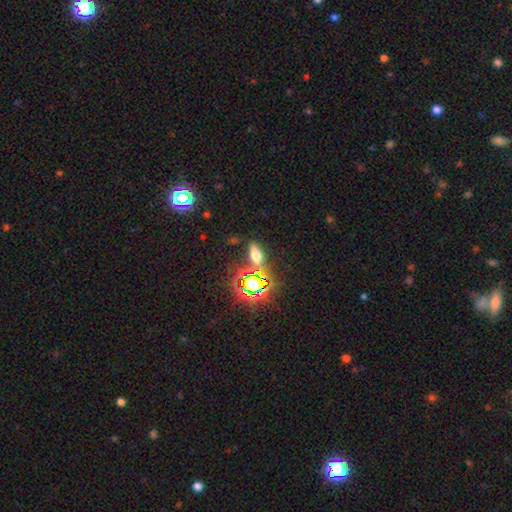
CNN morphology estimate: Overall: smooth (45%; star or artifact 36%). Merging: none (74%).